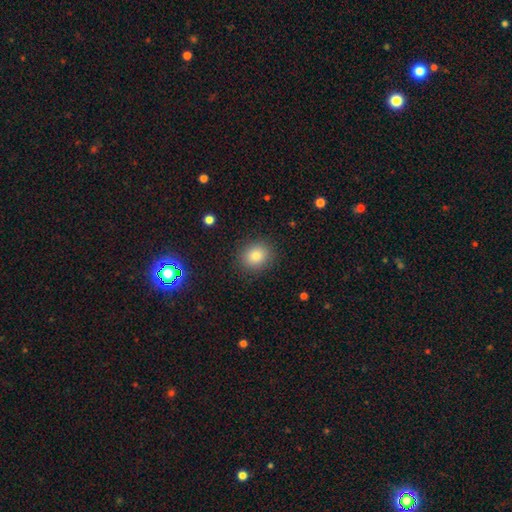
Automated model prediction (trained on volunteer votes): This is clearly a smooth galaxy (81%). How rounded: likely round (74%). Merging: clearly none (88%).